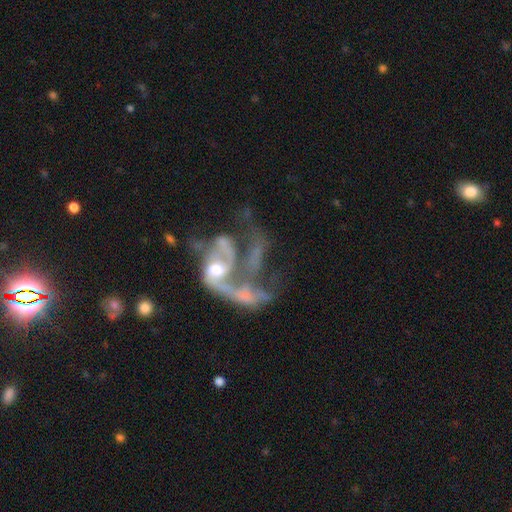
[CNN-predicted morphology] type=featured or disk (81%); edge-on=no (97%); bar=no (68%); spiral arms=yes (76%); winding=loose (52%); arm count=2 (43%); bulge=moderate (62%); merging=merger (43%).